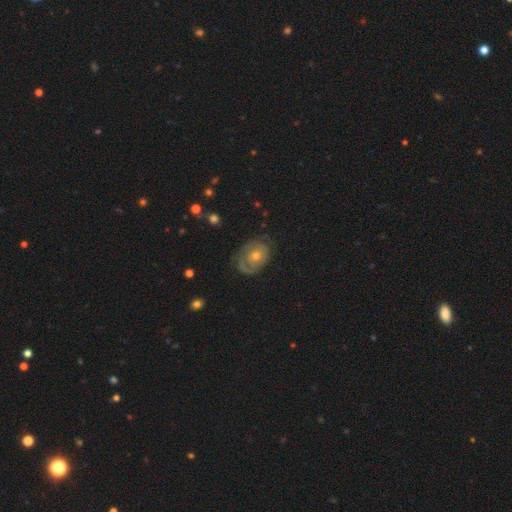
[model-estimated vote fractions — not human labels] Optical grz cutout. It shows a featured or disk galaxy (65%) with no bar (83%), spiral arms (66%) and a moderate central bulge (57%). Merging: none (61%).